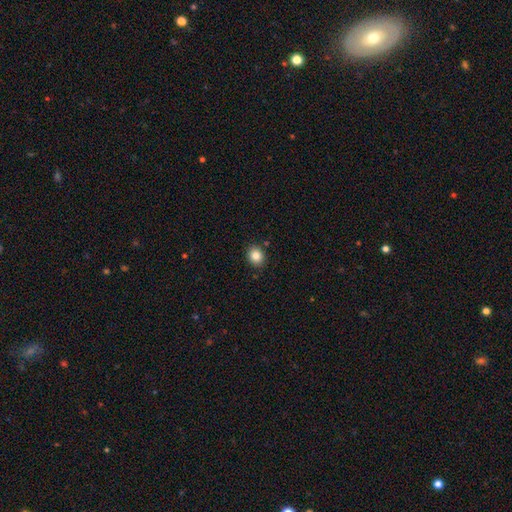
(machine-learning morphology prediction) smooth_or_featured: smooth (p=0.84) [alt: star or artifact p=0.10]
how_rounded: round (p=0.61) [alt: in between p=0.38]
merging: none (p=0.88) [alt: minor disturbance p=0.08]